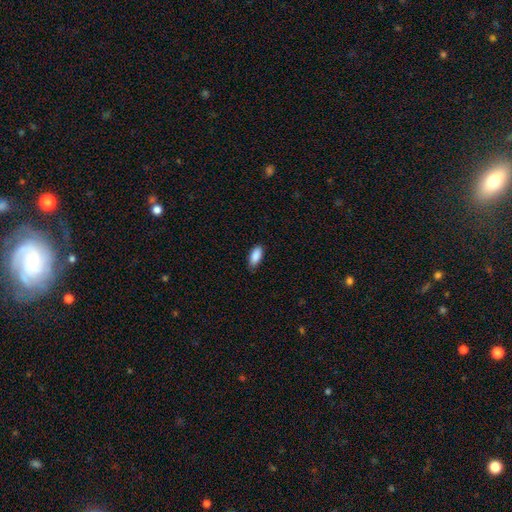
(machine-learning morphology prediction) smooth_or_featured: smooth (p=0.90) [alt: star or artifact p=0.06]
how_rounded: in between (p=0.86) [alt: cigar-shaped p=0.12]
merging: none (p=0.82) [alt: minor disturbance p=0.15]